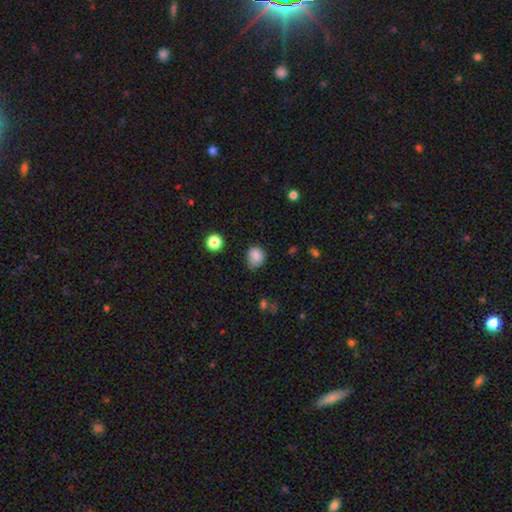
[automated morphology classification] type=smooth (85%); roundness=round (73%); merging=none (64%).